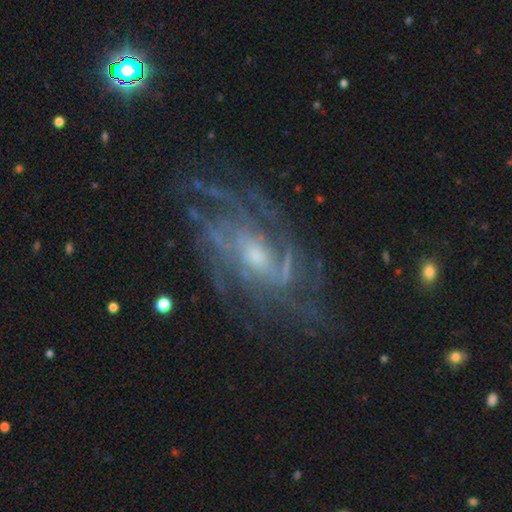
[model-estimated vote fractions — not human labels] Q: Smooth or featured?
A: featured or disk (88%); runner-up: star or artifact (7%)
Q: Edge-on disk?
A: no (95%); runner-up: yes (5%)
Q: Bar?
A: no (54%); runner-up: weak (35%)
Q: Spiral arms?
A: yes (95%); runner-up: no (5%)
Q: Spiral winding?
A: tight (52%); runner-up: medium (38%)
Q: Spiral arm count?
A: can't tell (32%); runner-up: 3 (18%)
Q: Bulge size?
A: small (48%); runner-up: moderate (43%)
Q: Merging?
A: none (70%); runner-up: minor disturbance (17%)